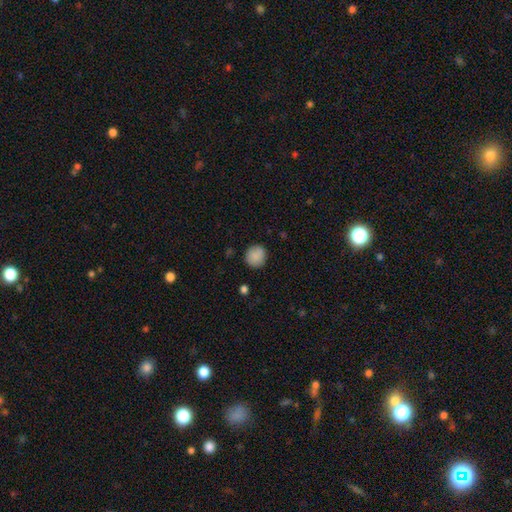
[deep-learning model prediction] Smooth or featured? smooth (88%)
How rounded? round (90%)
Merging? none (86%)